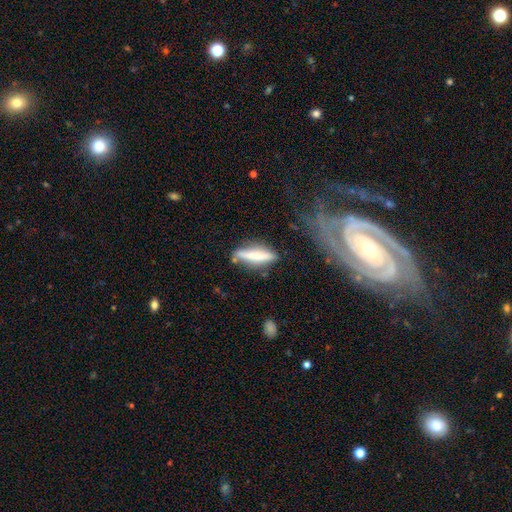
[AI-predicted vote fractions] Morphology: type=smooth (61%); roundness=cigar-shaped (79%); merging=none (71%).